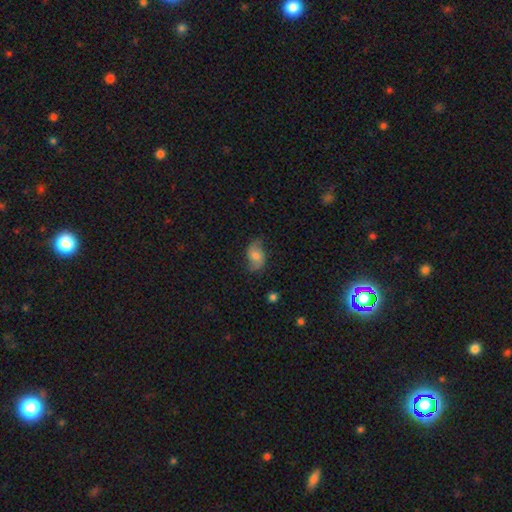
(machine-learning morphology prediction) A featured or disk galaxy (49%). Merging: none (69%).